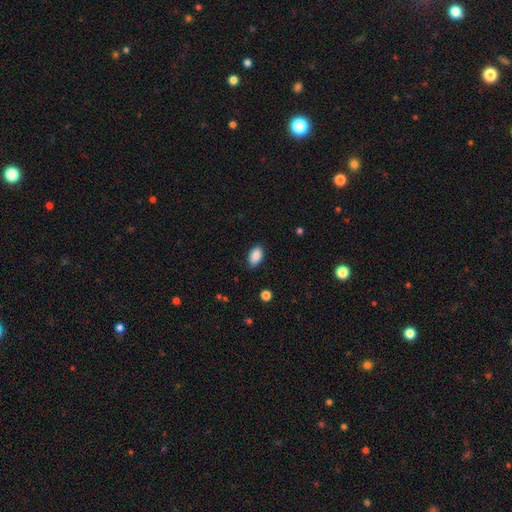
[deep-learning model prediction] smooth-or-featured: smooth: 88% | star or artifact: 7% | featured or disk: 4%
  how-rounded: in between: 92% | round: 6% | cigar-shaped: 2%
  merging: none: 83% | minor disturbance: 13% | major disturbance: 3% | merger: 1%